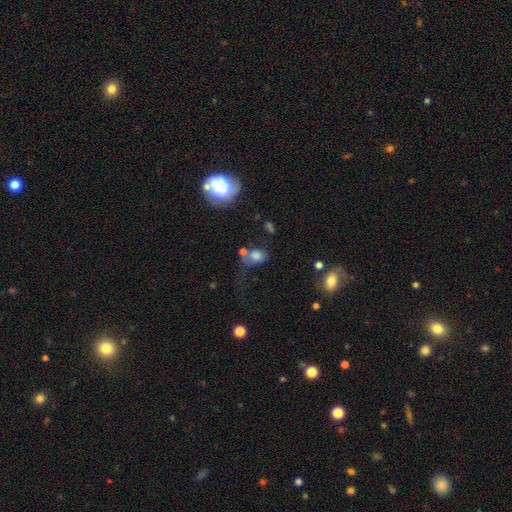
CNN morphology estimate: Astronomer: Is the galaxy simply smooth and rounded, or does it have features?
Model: smooth — 73%.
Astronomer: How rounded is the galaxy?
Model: in between — 56% (runner-up: round, 42%).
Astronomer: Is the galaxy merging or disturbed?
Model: none — 41% (runner-up: minor disturbance, 22%).